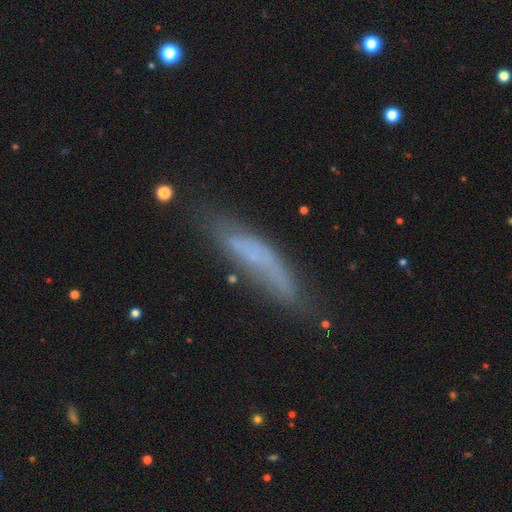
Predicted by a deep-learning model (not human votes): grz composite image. It shows a smooth galaxy with no disk features (54%) that is cigar-shaped (79%). Merging: none (62%).